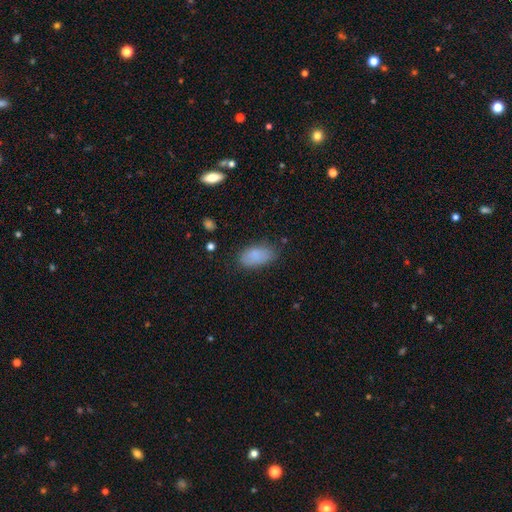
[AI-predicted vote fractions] smooth_or_featured: smooth (p=0.85) [alt: star or artifact p=0.08]
how_rounded: in between (p=0.93) [alt: round p=0.04]
merging: none (p=0.72) [alt: minor disturbance p=0.21]